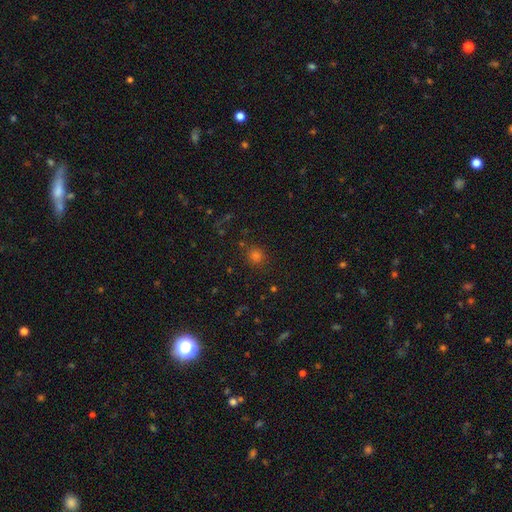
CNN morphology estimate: smooth-or-featured: smooth: 70% | star or artifact: 26% | featured or disk: 5%
  how-rounded: round: 89% | in between: 10% | cigar-shaped: 1%
  merging: none: 87% | minor disturbance: 8% | major disturbance: 3% | merger: 2%